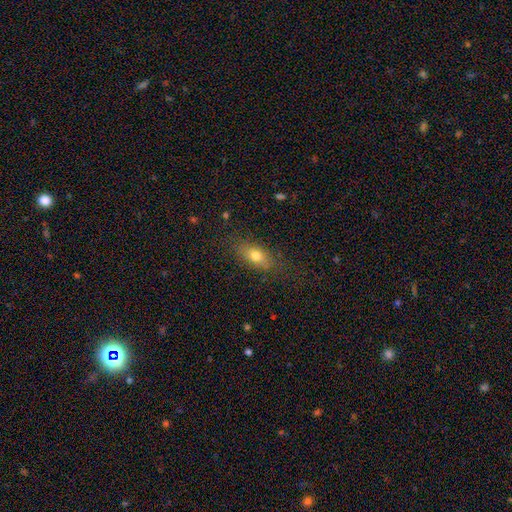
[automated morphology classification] A smooth galaxy with no disk features (74%) that is in between round and cigar-shaped (77%). Merging: none (78%).